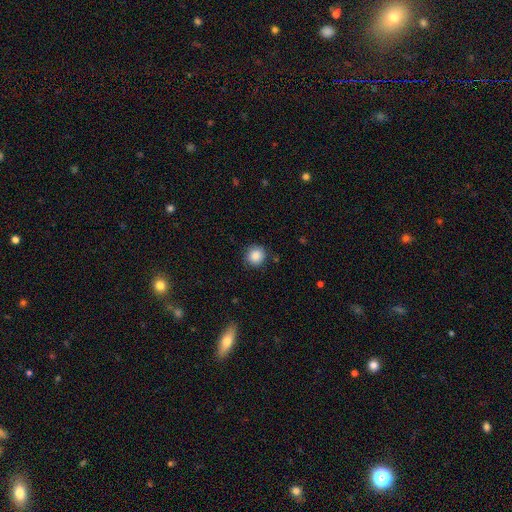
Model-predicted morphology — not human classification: smooth_or_featured: smooth (p=0.87) [alt: star or artifact p=0.09]
how_rounded: round (p=0.92) [alt: in between p=0.07]
merging: none (p=0.85) [alt: minor disturbance p=0.11]